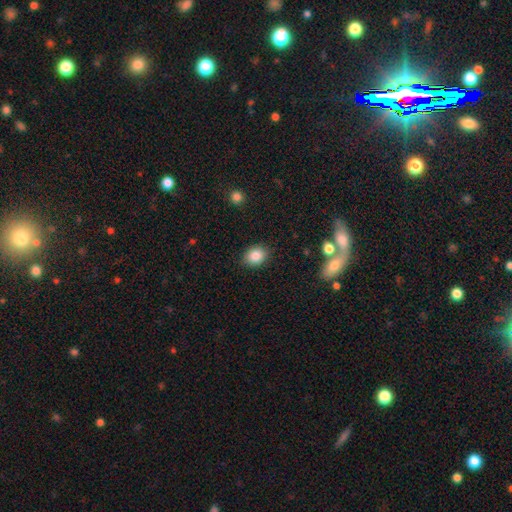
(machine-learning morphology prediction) A smooth galaxy with no disk features (86%) that is round (52%). Merging: none (86%).